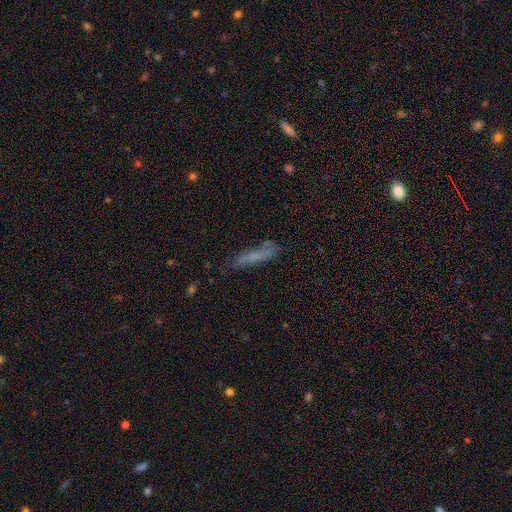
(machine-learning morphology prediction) Smooth or featured? Predicted: smooth (p=0.60). How rounded? Predicted: cigar-shaped (p=0.83). Merging? Predicted: none (p=0.60).